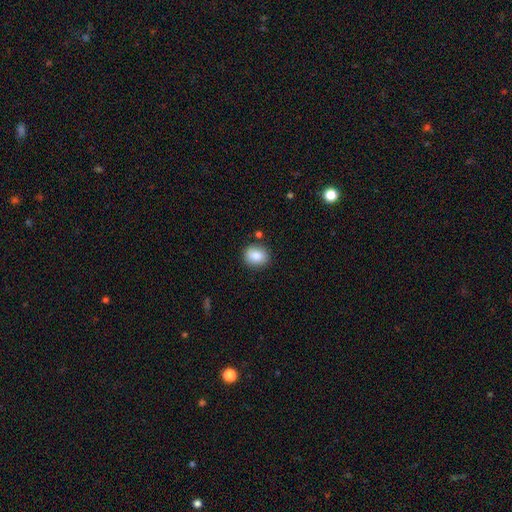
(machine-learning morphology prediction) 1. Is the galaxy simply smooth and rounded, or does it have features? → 83% smooth, 9% star or artifact, 8% featured or disk.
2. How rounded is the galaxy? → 64% round, 35% in between, 1% cigar-shaped.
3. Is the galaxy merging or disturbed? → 85% none, 10% minor disturbance, 3% merger, 2% major disturbance.